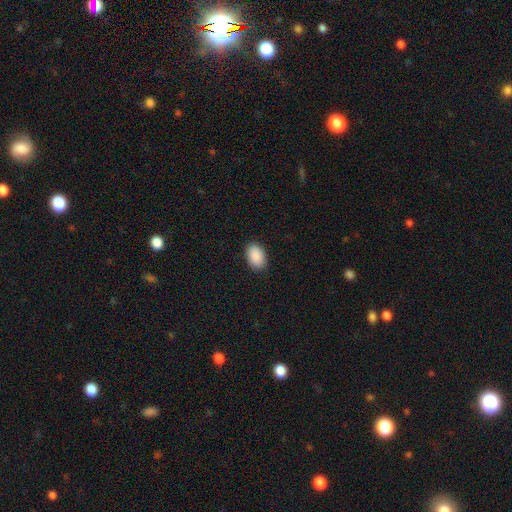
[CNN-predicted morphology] Overall: smooth (91%). How rounded: in between (90%). Merging: none (88%).